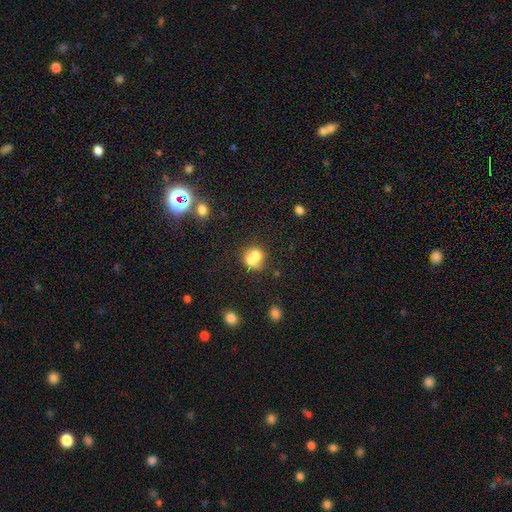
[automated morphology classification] A smooth galaxy with no disk features (67%) that is round (72%). Merging: merger (63%).